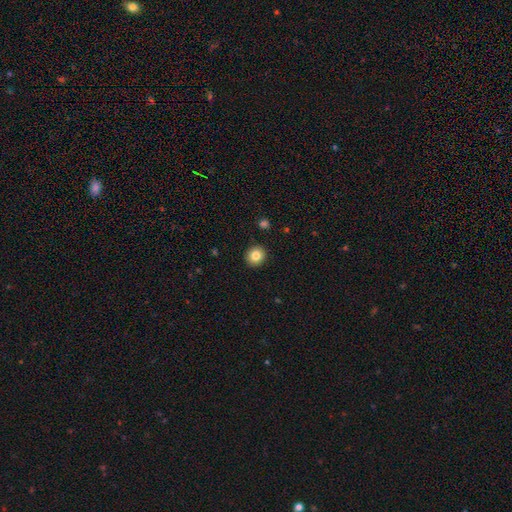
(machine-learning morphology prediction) Smooth or featured? smooth (84%)
How rounded? round (88%)
Merging? none (92%)